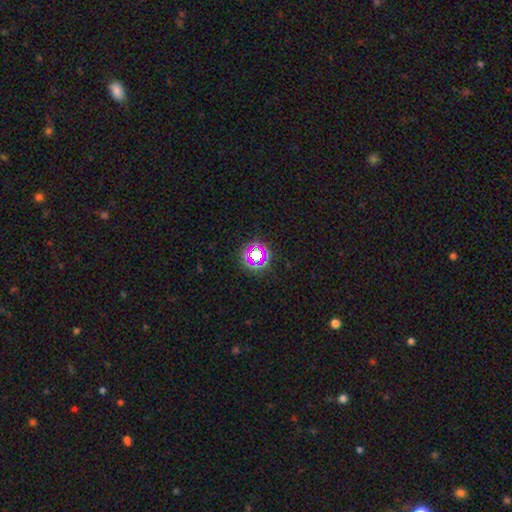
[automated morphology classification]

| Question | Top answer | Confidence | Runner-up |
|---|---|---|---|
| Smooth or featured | star or artifact | 62% | smooth (26%) |